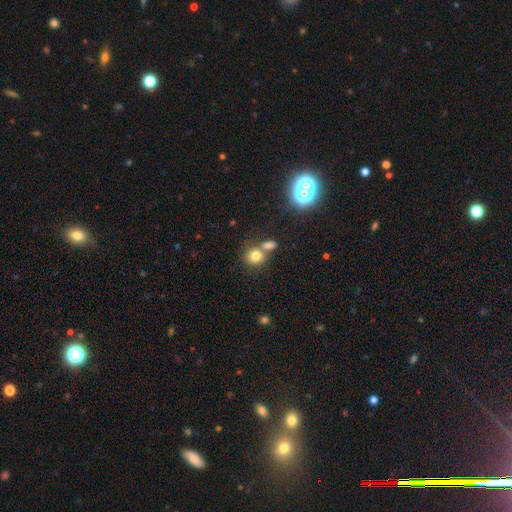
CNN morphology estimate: A smooth galaxy with no disk features (78%) that is round (80%).

Vote fractions:
- Smooth or featured? smooth: 78% / star or artifact: 13% / featured or disk: 9%
- How rounded? round: 80% / in between: 19% / cigar-shaped: 1%
- Merging? none: 53% / merger: 33% / minor disturbance: 10% / major disturbance: 4%